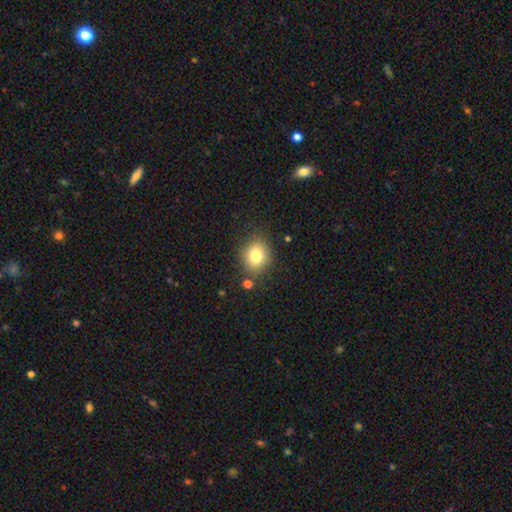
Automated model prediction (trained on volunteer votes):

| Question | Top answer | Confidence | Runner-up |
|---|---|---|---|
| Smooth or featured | smooth | 79% | star or artifact (11%) |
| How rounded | round | 66% | in between (33%) |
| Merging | none | 81% | minor disturbance (12%) |